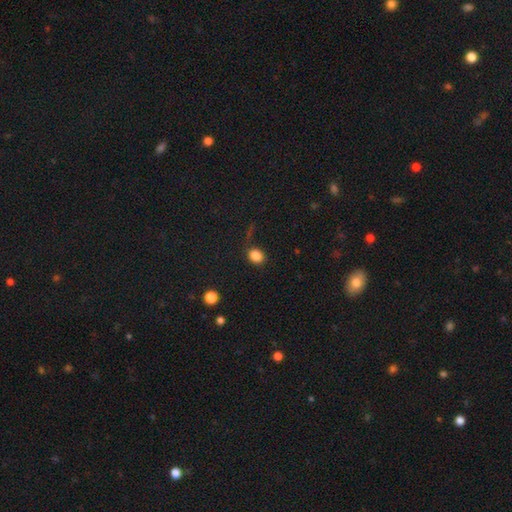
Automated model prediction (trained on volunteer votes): smooth 85%, star or artifact 11%, featured or disk 4%. Down the decision tree: how rounded — round (52%); merging — none (79%).